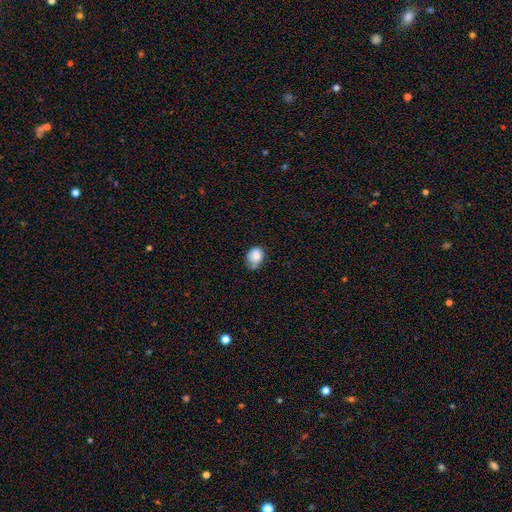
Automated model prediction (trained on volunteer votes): smooth-or-featured: smooth: 82% | featured or disk: 10% | star or artifact: 8%
  how-rounded: in between: 56% | round: 43% | cigar-shaped: 1%
  merging: none: 44% | minor disturbance: 40% | major disturbance: 11% | merger: 5%